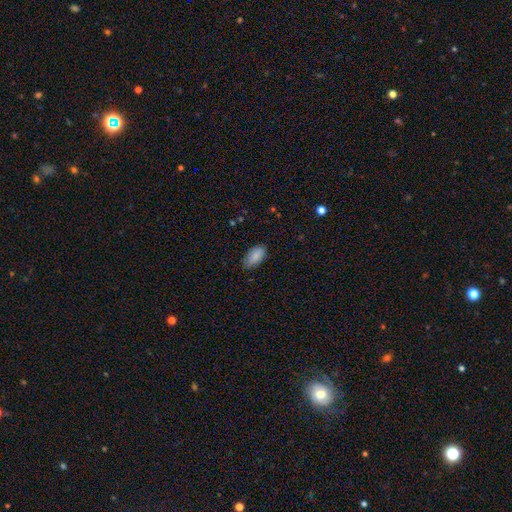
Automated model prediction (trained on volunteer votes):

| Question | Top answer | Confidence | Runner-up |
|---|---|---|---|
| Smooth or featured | smooth | 85% | featured or disk (8%) |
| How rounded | in between | 95% | round (3%) |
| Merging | none | 80% | minor disturbance (16%) |